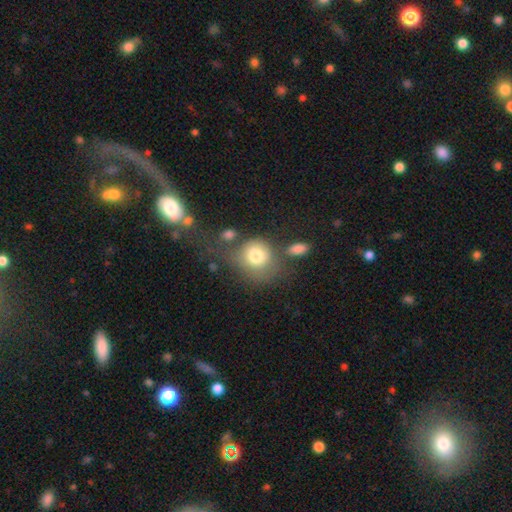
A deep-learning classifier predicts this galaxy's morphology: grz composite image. It shows a smooth galaxy with no disk features (76%) that is round (75%). Merging: none (41%).